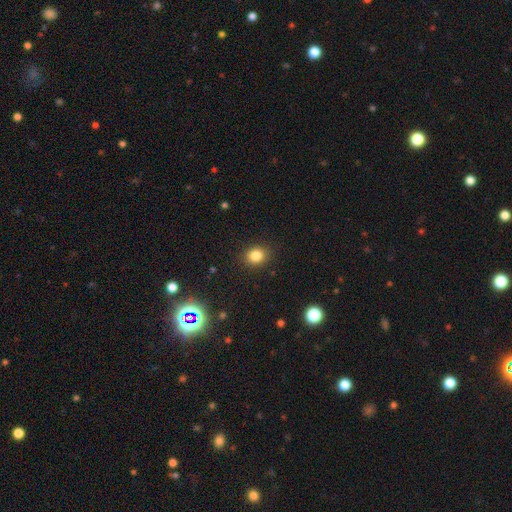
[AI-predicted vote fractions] smooth_or_featured: smooth (p=0.83) [alt: star or artifact p=0.12]
how_rounded: round (p=0.61) [alt: in between p=0.38]
merging: none (p=0.88) [alt: minor disturbance p=0.08]